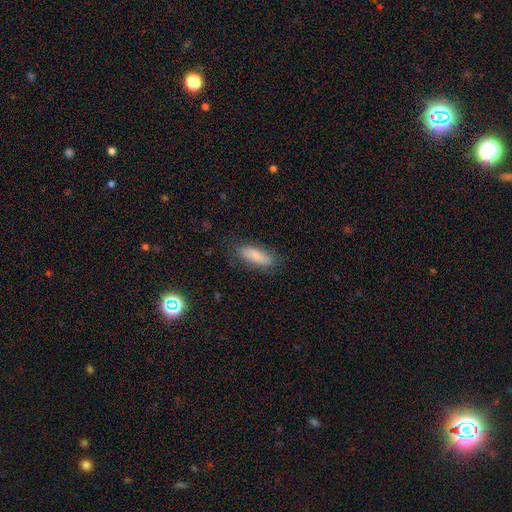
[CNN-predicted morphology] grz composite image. It shows a smooth galaxy with no disk features (79%) that is in between round and cigar-shaped (64%). Merging: none (78%).